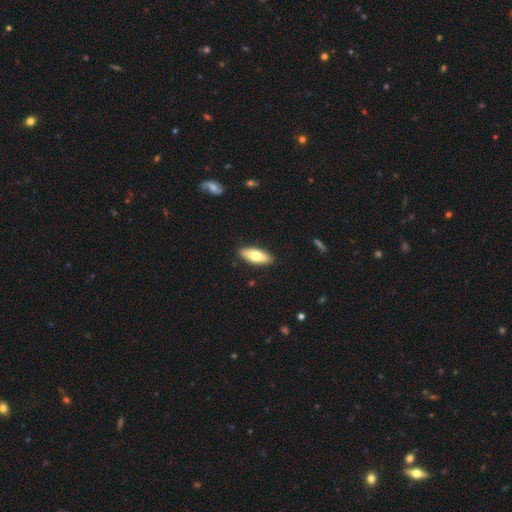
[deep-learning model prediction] A smooth galaxy with no disk features (71%) that is in between round and cigar-shaped (75%).

Vote fractions:
- Smooth or featured? smooth: 71% / featured or disk: 23% / star or artifact: 6%
- How rounded? in between: 75% / cigar-shaped: 23% / round: 2%
- Merging? none: 90% / minor disturbance: 8% / major disturbance: 2% / merger: 1%